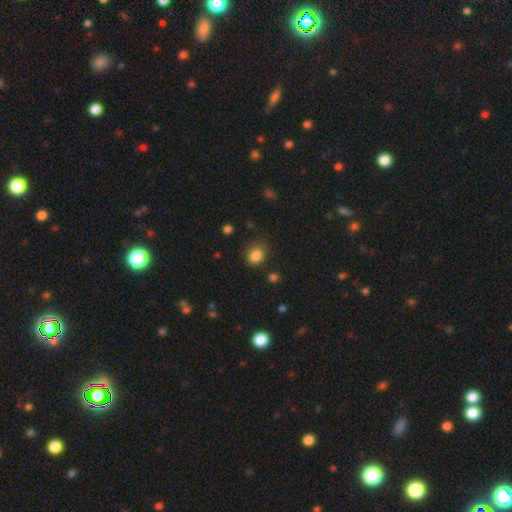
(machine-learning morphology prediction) Smooth or featured? smooth (84%)
How rounded? round (63%)
Merging? none (73%)